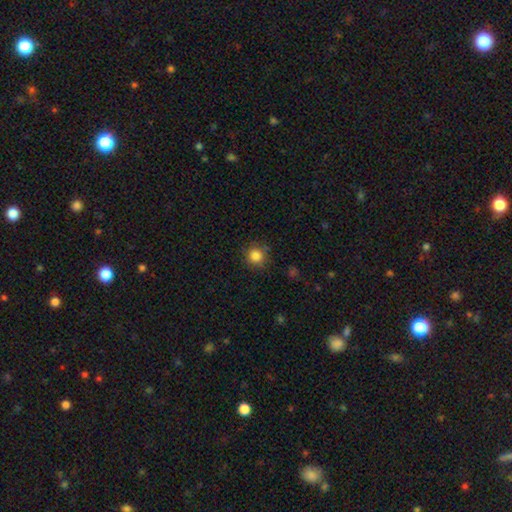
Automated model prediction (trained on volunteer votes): The model was most divided on "smooth or featured": smooth: 84%, star or artifact: 11%, featured or disk: 5%. More confident: how rounded — round (93%); merging — none (86%).